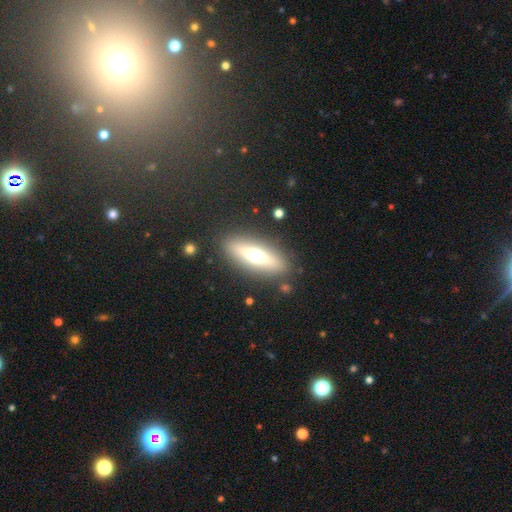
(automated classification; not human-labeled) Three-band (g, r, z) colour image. It shows a featured or disk galaxy (53%) viewed edge-on (82%). Merging: none (86%).